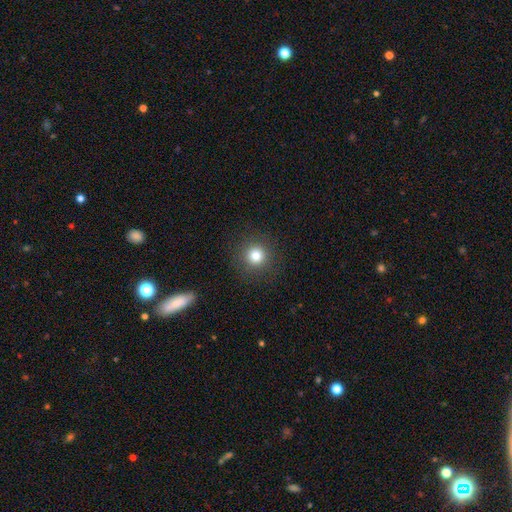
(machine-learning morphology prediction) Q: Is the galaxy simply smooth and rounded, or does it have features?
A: smooth — 81%.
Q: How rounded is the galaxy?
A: round — 95%.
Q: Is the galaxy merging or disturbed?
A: none — 90%.